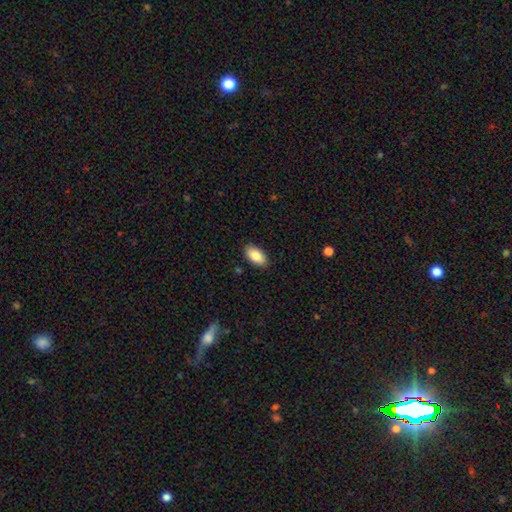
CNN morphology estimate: type=smooth (85%); roundness=in between (94%); merging=none (88%).